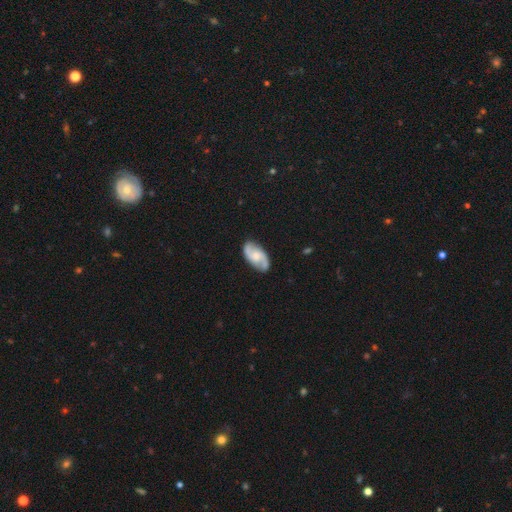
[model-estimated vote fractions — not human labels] Smooth or featured?
  - featured or disk: 73% *
  - smooth: 22%
  - star or artifact: 6%
Edge-on disk?
  - no: 95% *
  - yes: 5%
Bar?
  - no: 54% *
  - weak: 38%
  - strong: 8%
Spiral arms?
  - yes: 93% *
  - no: 7%
Spiral winding?
  - medium: 47% *
  - loose: 33%
  - tight: 20%
Spiral arm count?
  - 2: 89% *
  - can't tell: 5%
  - 3: 2%
  - 1: 2%
  - 4: 1%
  - more than 4: 1%
Bulge size?
  - moderate: 39% *
  - small: 26%
  - none: 18%
  - large: 15%
  - dominant: 2%
Merging?
  - none: 80% *
  - minor disturbance: 14%
  - major disturbance: 4%
  - merger: 2%